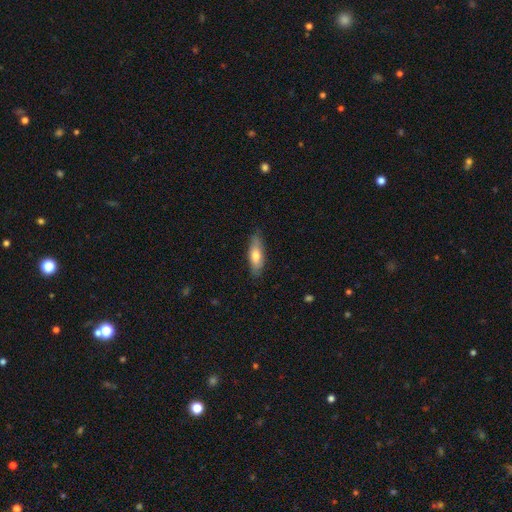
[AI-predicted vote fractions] This appears to be a smooth galaxy with no disk features (70%) that is in between round and cigar-shaped (60%). Merging: none (80%).